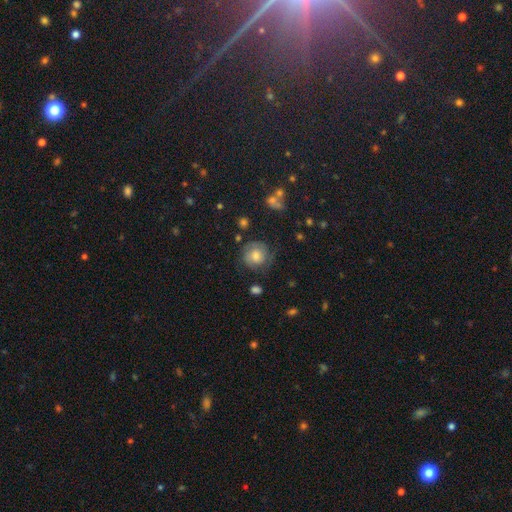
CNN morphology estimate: Smooth or featured? smooth (47%)
Merging? none (69%)